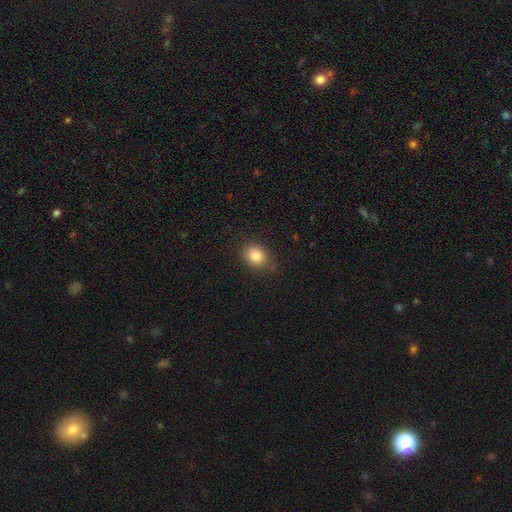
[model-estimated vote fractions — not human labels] Smooth or featured: smooth — 82% (star or artifact — 10%)
How rounded: in between — 50% (round — 49%)
Merging: none — 81% (minor disturbance — 15%)